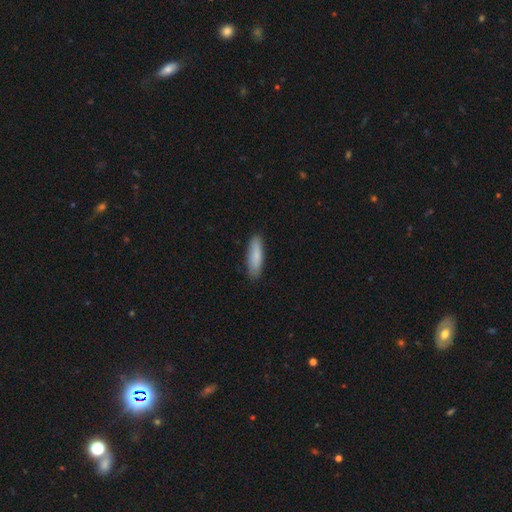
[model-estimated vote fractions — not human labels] This is clearly a smooth galaxy (85%). How rounded: likely cigar-shaped (62%). Merging: clearly none (87%).